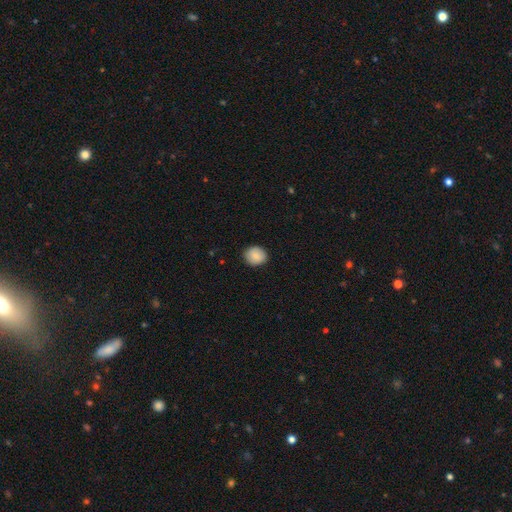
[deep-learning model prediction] smooth 85%, star or artifact 7%, featured or disk 7%. Down the decision tree: how rounded — round (76%); merging — none (87%).